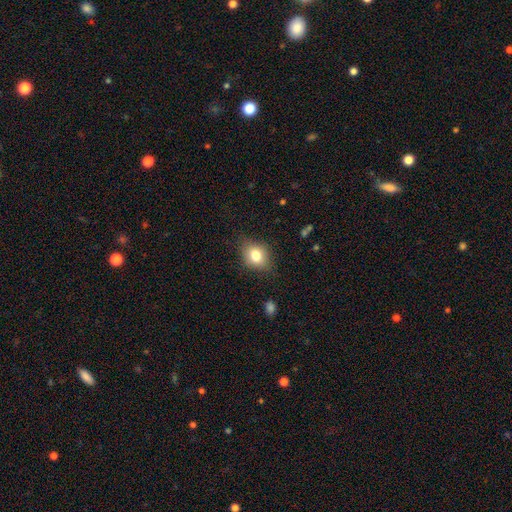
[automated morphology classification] A smooth galaxy with no disk features (77%) that is in between round and cigar-shaped (53%).

Vote fractions:
- Smooth or featured? smooth: 77% / featured or disk: 13% / star or artifact: 10%
- How rounded? in between: 53% / round: 46% / cigar-shaped: 1%
- Merging? none: 76% / minor disturbance: 19% / major disturbance: 4% / merger: 1%